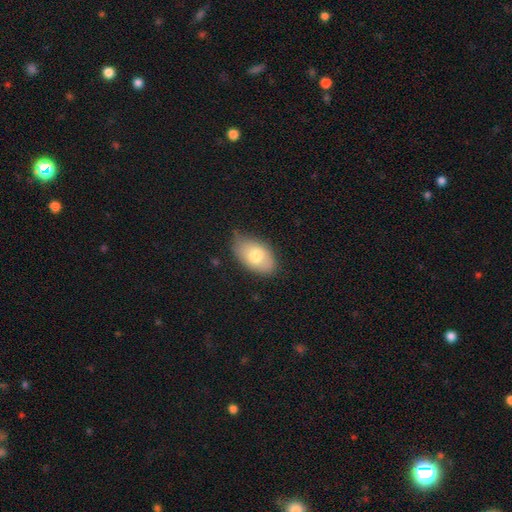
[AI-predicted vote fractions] smooth_or_featured: smooth (p=0.74) [alt: featured or disk p=0.19]
how_rounded: in between (p=0.92) [alt: round p=0.07]
merging: none (p=0.64) [alt: minor disturbance p=0.29]